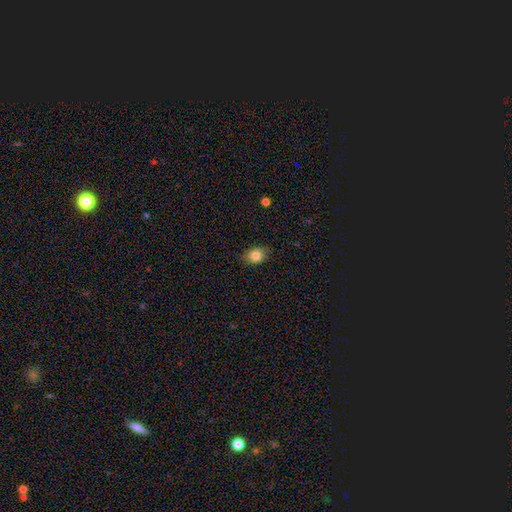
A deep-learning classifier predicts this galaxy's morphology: Smooth or featured? smooth (84%)
How rounded? in between (52%)
Merging? none (84%)